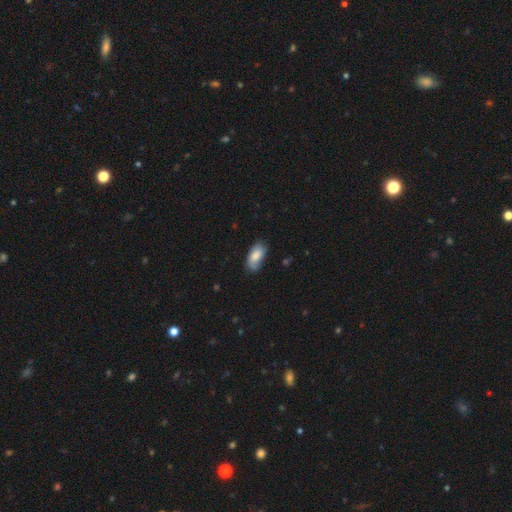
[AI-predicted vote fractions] smooth 78%, featured or disk 16%, star or artifact 7%. Down the decision tree: how rounded — in between (91%); merging — none (62%).